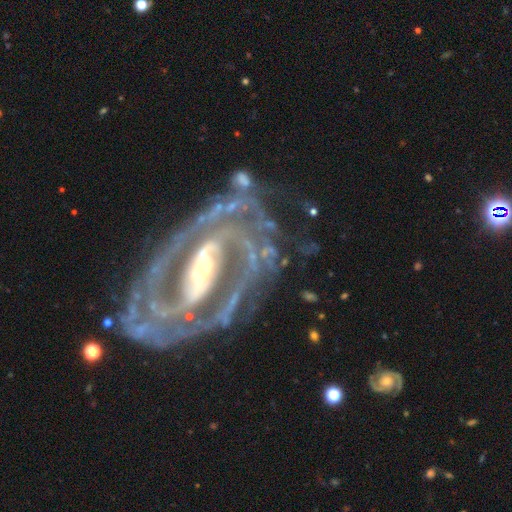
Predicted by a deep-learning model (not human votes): Q: Smooth or featured?
A: featured or disk (92%); runner-up: star or artifact (4%)
Q: Edge-on disk?
A: no (95%); runner-up: yes (5%)
Q: Bar?
A: strong (61%); runner-up: weak (26%)
Q: Spiral arms?
A: yes (97%); runner-up: no (3%)
Q: Spiral winding?
A: tight (57%); runner-up: medium (36%)
Q: Spiral arm count?
A: 2 (69%); runner-up: can't tell (10%)
Q: Bulge size?
A: moderate (51%); runner-up: small (36%)
Q: Merging?
A: none (72%); runner-up: minor disturbance (17%)